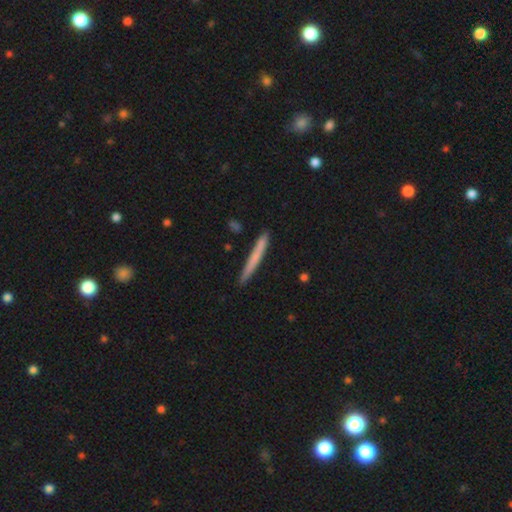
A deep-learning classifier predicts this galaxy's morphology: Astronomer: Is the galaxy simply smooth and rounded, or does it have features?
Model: smooth — 66%.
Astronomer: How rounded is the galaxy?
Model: cigar-shaped — 97%.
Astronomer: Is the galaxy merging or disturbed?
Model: none — 88%.